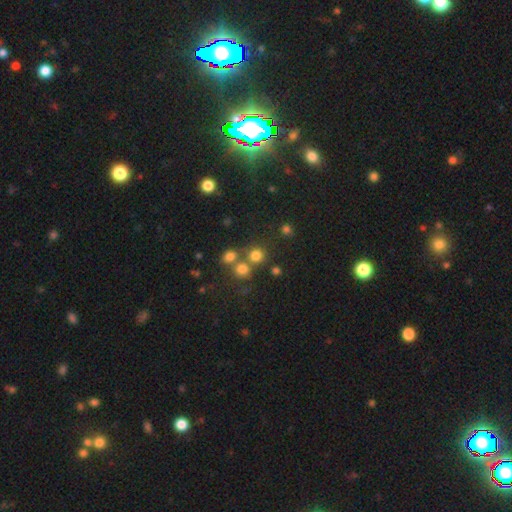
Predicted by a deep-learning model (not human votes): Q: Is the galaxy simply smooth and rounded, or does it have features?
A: smooth — 74%.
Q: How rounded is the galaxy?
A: round — 89%.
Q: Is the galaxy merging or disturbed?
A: none — 64%.